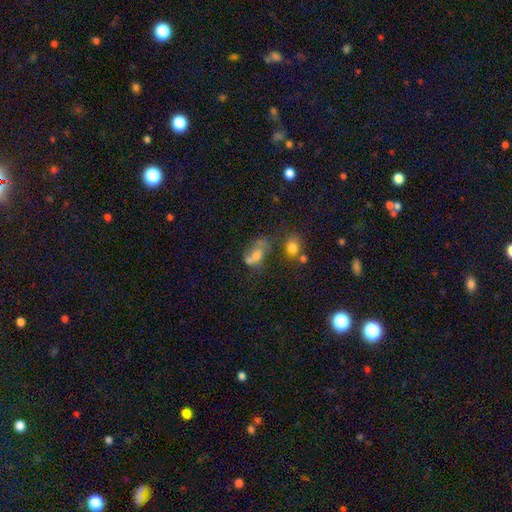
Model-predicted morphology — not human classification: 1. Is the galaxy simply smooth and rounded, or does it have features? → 48% smooth, 31% featured or disk, 21% star or artifact.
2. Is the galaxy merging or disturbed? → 39% merger, 29% none, 17% major disturbance, 16% minor disturbance.